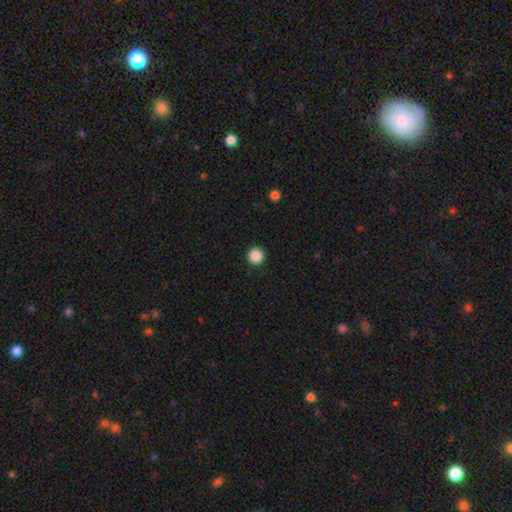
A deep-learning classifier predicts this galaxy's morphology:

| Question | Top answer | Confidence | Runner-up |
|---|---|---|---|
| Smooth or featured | smooth | 88% | star or artifact (9%) |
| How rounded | round | 96% | in between (3%) |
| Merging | none | 93% | minor disturbance (4%) |